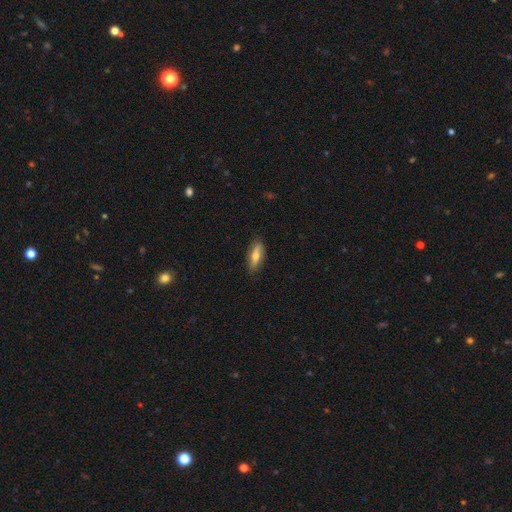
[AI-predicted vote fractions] Smooth or featured? Predicted: smooth (p=0.62). How rounded? Predicted: in between (p=0.60). Merging? Predicted: none (p=0.83).